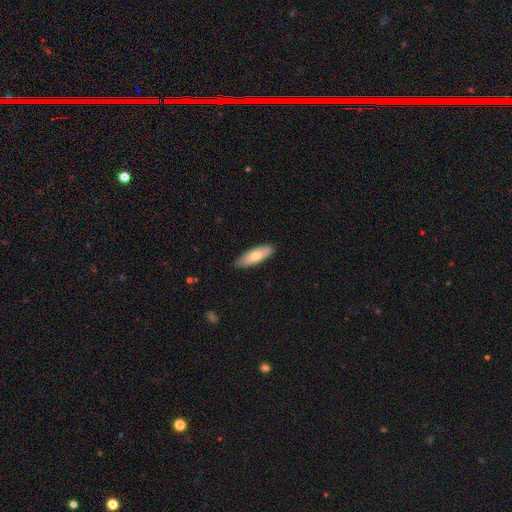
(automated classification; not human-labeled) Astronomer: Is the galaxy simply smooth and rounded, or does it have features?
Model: smooth — 69%.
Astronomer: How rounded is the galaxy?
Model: in between — 61% (runner-up: cigar-shaped, 37%).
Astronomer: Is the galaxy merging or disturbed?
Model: none — 86%.